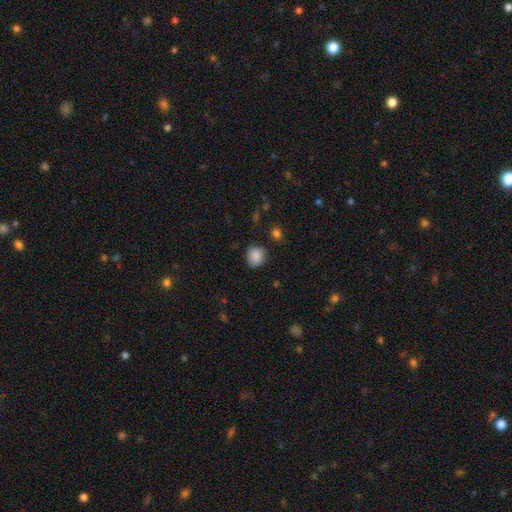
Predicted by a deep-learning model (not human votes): smooth 88%, star or artifact 8%, featured or disk 4%. Down the decision tree: how rounded — round (82%); merging — none (84%).